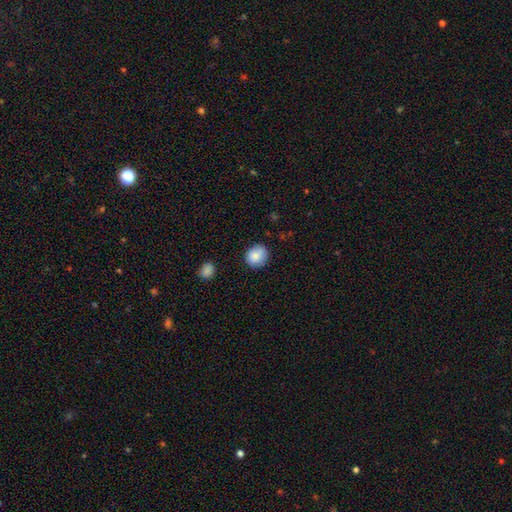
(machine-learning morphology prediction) This is clearly a smooth galaxy (84%). How rounded: likely round (76%). Merging: likely none (77%).